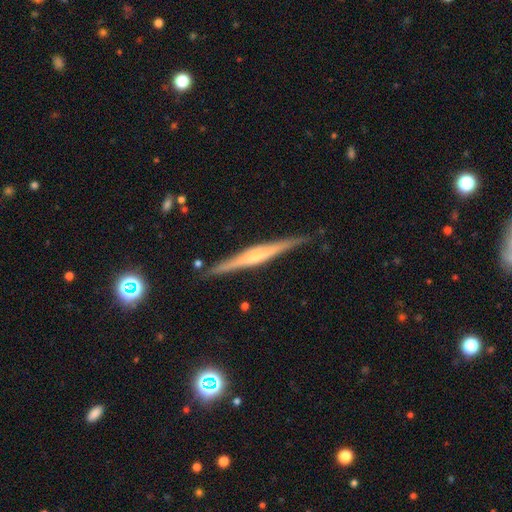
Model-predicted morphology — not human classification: A featured or disk galaxy (78%) viewed edge-on (98%) with a rounded central bulge (68%). Merging: none (88%).